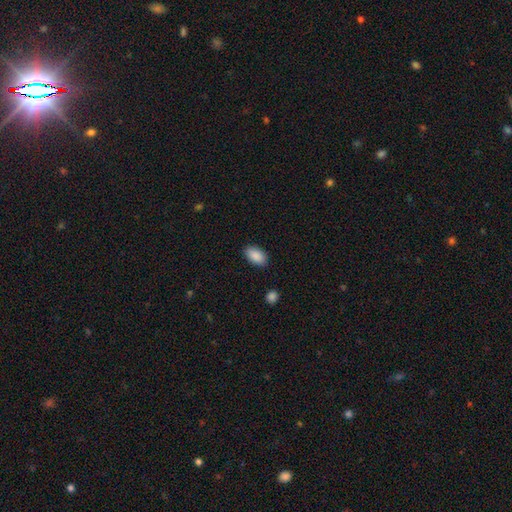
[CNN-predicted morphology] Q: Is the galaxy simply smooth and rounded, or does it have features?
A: smooth — 90%.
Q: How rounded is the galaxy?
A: in between — 94%.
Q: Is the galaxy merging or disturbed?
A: none — 88%.